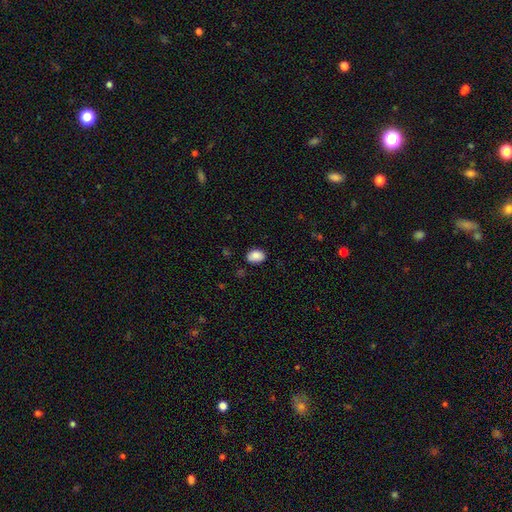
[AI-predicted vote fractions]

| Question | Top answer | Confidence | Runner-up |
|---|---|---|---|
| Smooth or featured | smooth | 88% | star or artifact (8%) |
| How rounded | in between | 77% | round (22%) |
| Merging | none | 82% | minor disturbance (14%) |